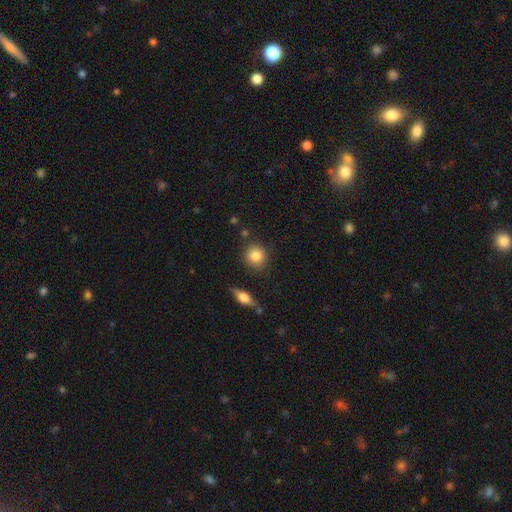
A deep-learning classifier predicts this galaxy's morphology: Smooth or featured? smooth (84%)
How rounded? round (86%)
Merging? none (84%)